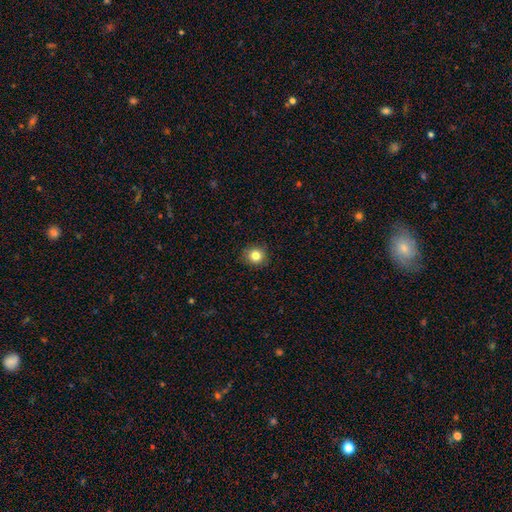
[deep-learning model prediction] Morphology: type=smooth (82%); roundness=round (89%); merging=none (89%).